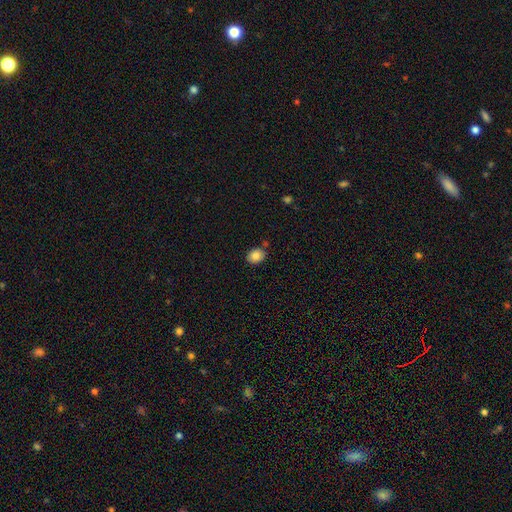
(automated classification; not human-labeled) Overall: smooth (85%). How rounded: in between (58%; round 41%). Merging: none (80%).